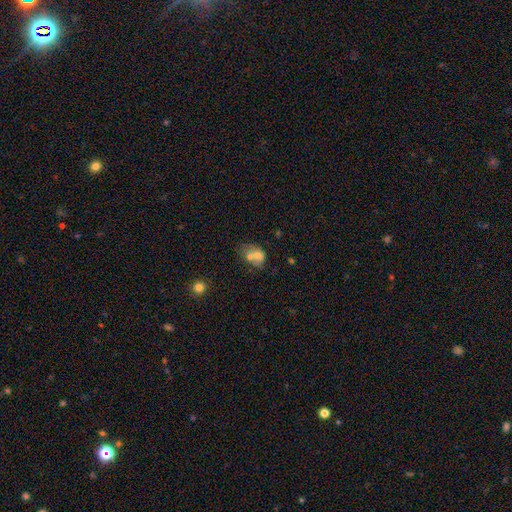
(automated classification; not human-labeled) Smooth or featured: smooth — 64% (featured or disk — 26%)
How rounded: in between — 60% (round — 39%)
Merging: merger — 60% (none — 20%)